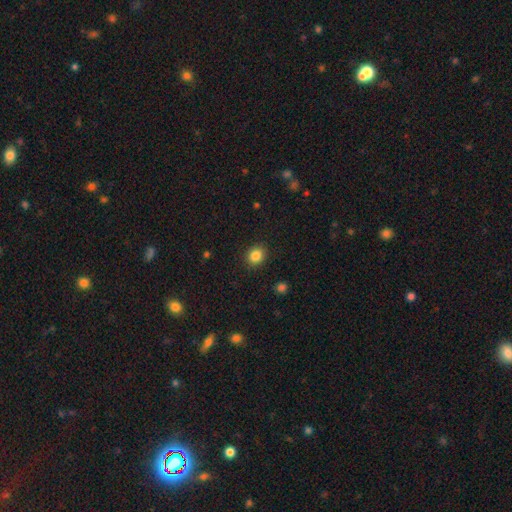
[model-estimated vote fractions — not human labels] Q: Smooth or featured?
A: smooth (85%); runner-up: star or artifact (11%)
Q: How rounded?
A: round (78%); runner-up: in between (21%)
Q: Merging?
A: none (90%); runner-up: minor disturbance (7%)